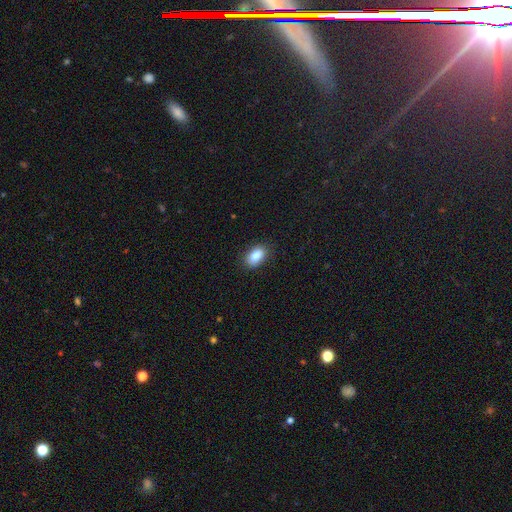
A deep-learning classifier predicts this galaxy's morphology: Smooth or featured? Predicted: smooth (p=0.86). How rounded? Predicted: in between (p=0.90). Merging? Predicted: none (p=0.87).